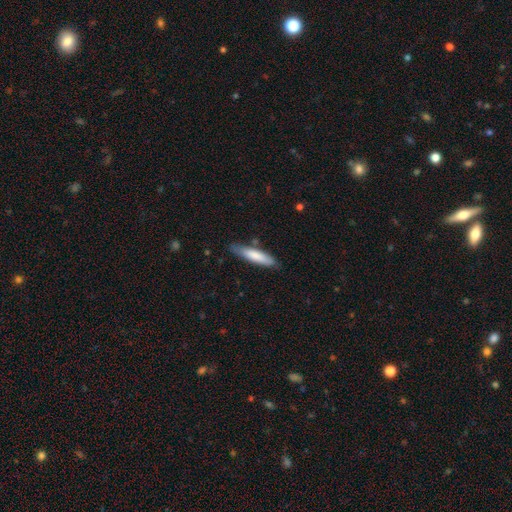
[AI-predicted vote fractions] smooth_or_featured: smooth (p=0.77) [alt: featured or disk p=0.17]
how_rounded: cigar-shaped (p=0.79) [alt: in between p=0.20]
merging: none (p=0.75) [alt: minor disturbance p=0.19]